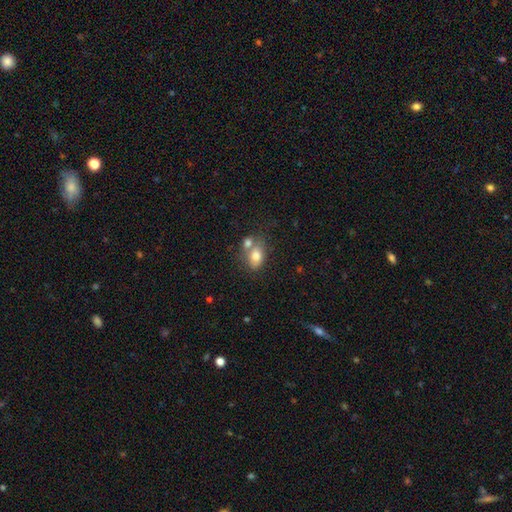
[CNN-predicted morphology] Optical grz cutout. It shows a smooth galaxy with no disk features (78%) that is in between round and cigar-shaped (81%). Merging: none (41%).